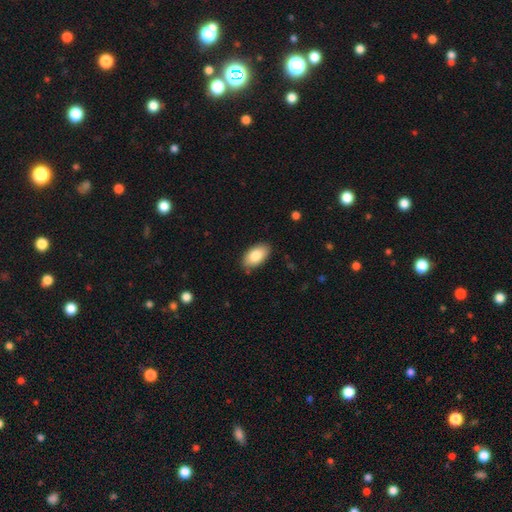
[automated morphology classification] smooth 83%, featured or disk 11%, star or artifact 7%. Down the decision tree: how rounded — in between (94%); merging — none (85%).